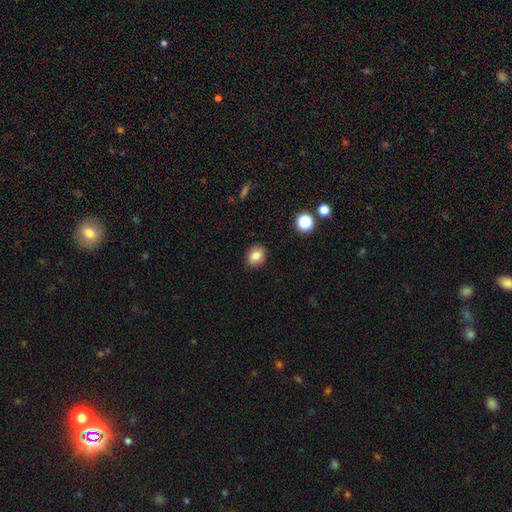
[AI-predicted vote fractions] Overall: smooth (83%). How rounded: in between (50%, tied with round). Merging: none (89%).